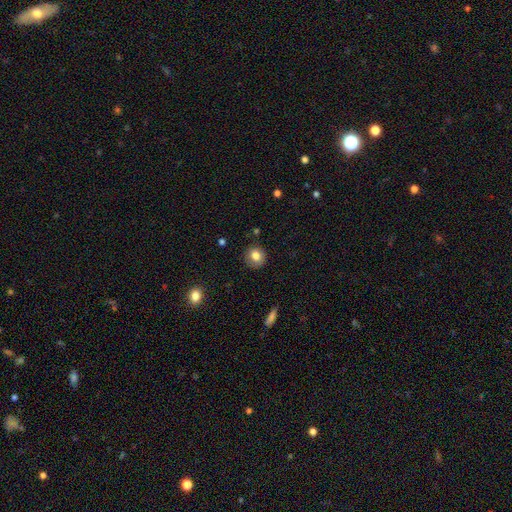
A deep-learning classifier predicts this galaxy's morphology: A smooth galaxy with no disk features (79%) that is round (89%).

Vote fractions:
- Smooth or featured? smooth: 79% / featured or disk: 11% / star or artifact: 10%
- How rounded? round: 89% / in between: 10% / cigar-shaped: 1%
- Merging? none: 85% / minor disturbance: 11% / major disturbance: 3% / merger: 2%